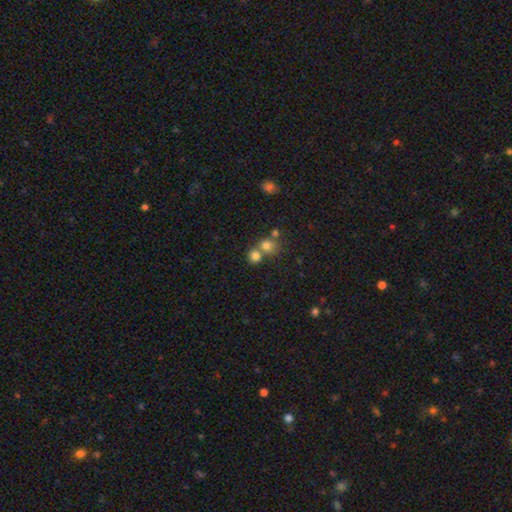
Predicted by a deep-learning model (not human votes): This appears to be a smooth galaxy with no disk features (78%) that is round (81%). Merging: none (47%).